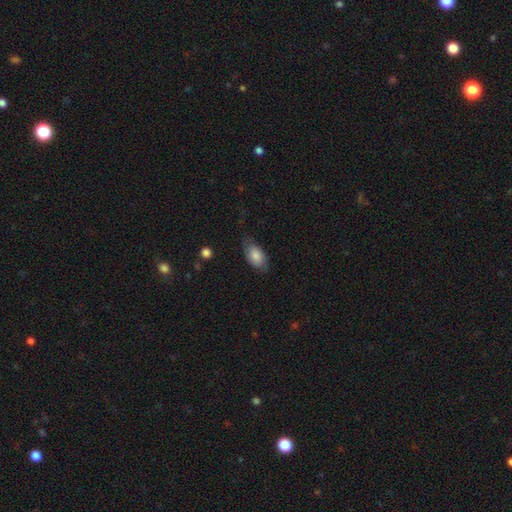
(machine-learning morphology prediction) type=smooth (79%); roundness=in between (92%); merging=none (65%).